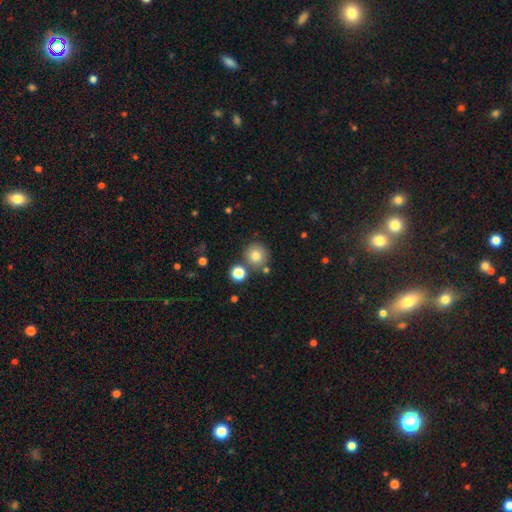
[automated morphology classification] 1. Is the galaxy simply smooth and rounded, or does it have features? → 78% smooth, 12% star or artifact, 10% featured or disk.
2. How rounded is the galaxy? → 92% round, 7% in between, 1% cigar-shaped.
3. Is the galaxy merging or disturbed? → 77% none, 11% merger, 9% minor disturbance, 3% major disturbance.